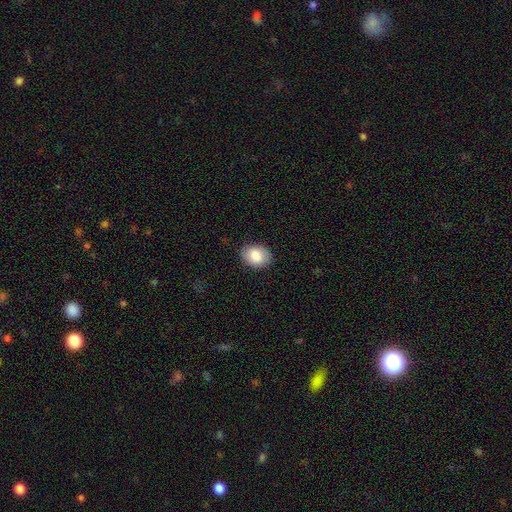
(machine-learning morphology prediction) type=smooth (85%); roundness=in between (67%); merging=none (86%).